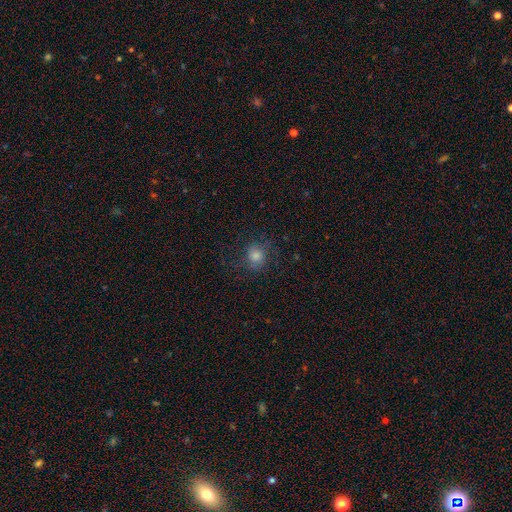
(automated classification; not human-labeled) Q: Smooth or featured?
A: smooth (65%); runner-up: star or artifact (18%)
Q: How rounded?
A: round (82%); runner-up: in between (17%)
Q: Merging?
A: none (73%); runner-up: minor disturbance (15%)